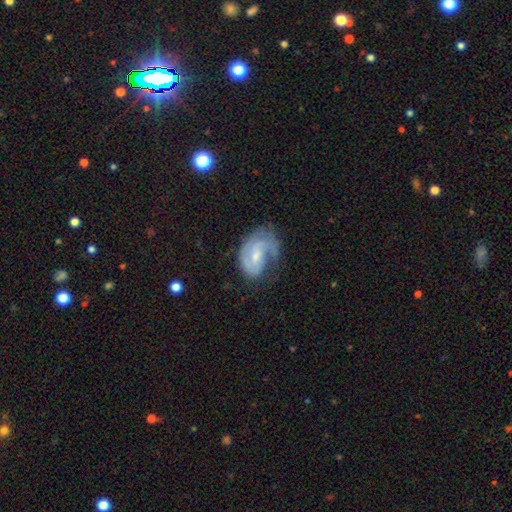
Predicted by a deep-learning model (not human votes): smooth-or-featured: featured or disk: 76% | smooth: 18% | star or artifact: 6%
  disk-edge-on: no: 98% | yes: 2%
    bar: weak: 48% | no: 41% | strong: 11%
    has-spiral-arms: yes: 90% | no: 10%
      spiral-winding: medium: 44% | tight: 30% | loose: 26%
      spiral-arm-count: 2: 47% | 1: 31% | can't tell: 14% | 3: 5% | 4: 2% | more than 4: 2%
    bulge-size: small: 59% | moderate: 31% | none: 7% | large: 2% | dominant: 1%
  merging: none: 46% | minor disturbance: 27% | major disturbance: 25% | merger: 2%